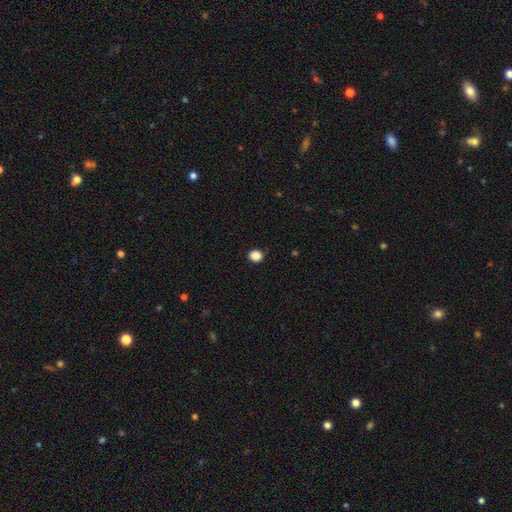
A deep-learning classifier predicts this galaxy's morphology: Smooth or featured? smooth (87%)
How rounded? round (70%)
Merging? none (90%)